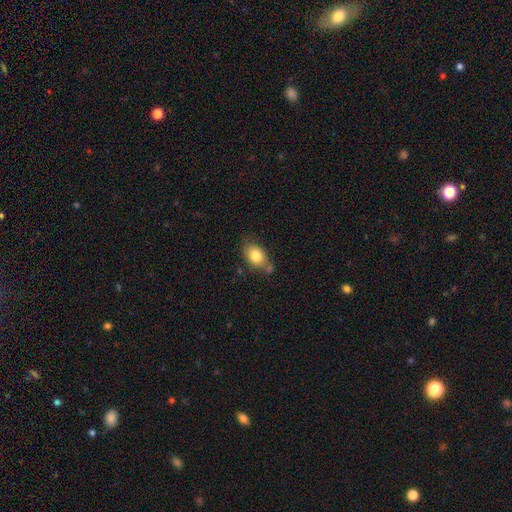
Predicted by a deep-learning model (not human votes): Smooth or featured?
  - smooth: 80% *
  - featured or disk: 12%
  - star or artifact: 8%
How rounded?
  - in between: 81% *
  - round: 17%
  - cigar-shaped: 2%
Merging?
  - none: 61% *
  - minor disturbance: 22%
  - merger: 11%
  - major disturbance: 6%